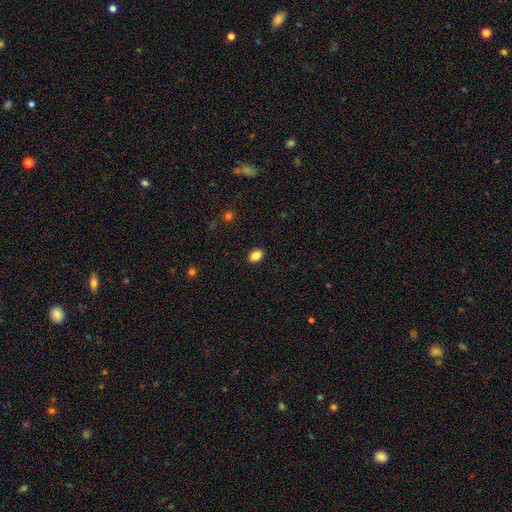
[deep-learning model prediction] smooth 86%, star or artifact 9%, featured or disk 5%. Down the decision tree: how rounded — in between (84%); merging — none (89%).